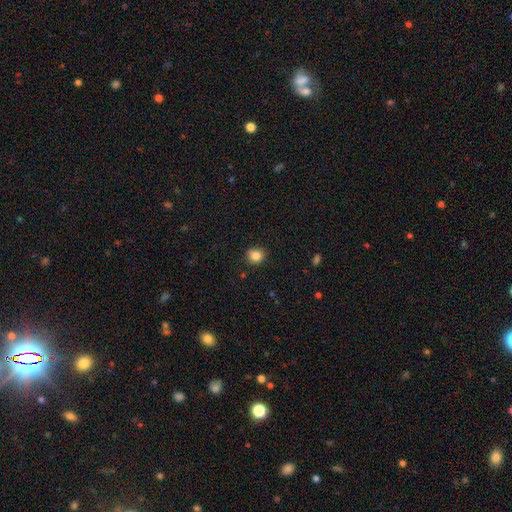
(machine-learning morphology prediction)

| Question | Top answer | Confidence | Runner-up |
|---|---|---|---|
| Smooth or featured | smooth | 84% | star or artifact (11%) |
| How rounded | round | 83% | in between (17%) |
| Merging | none | 85% | minor disturbance (12%) |